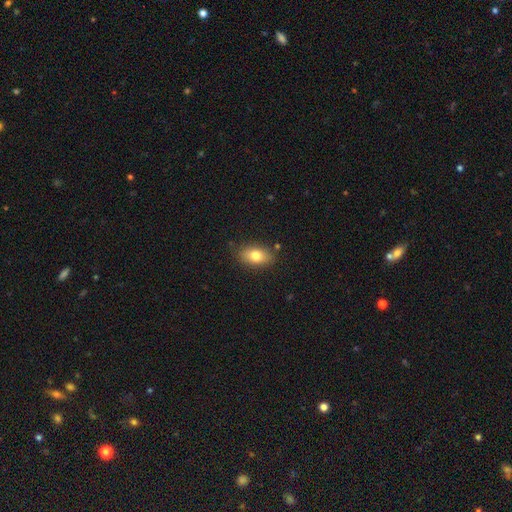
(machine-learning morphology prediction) Overall: smooth (79%). How rounded: in between (87%). Merging: none (82%).